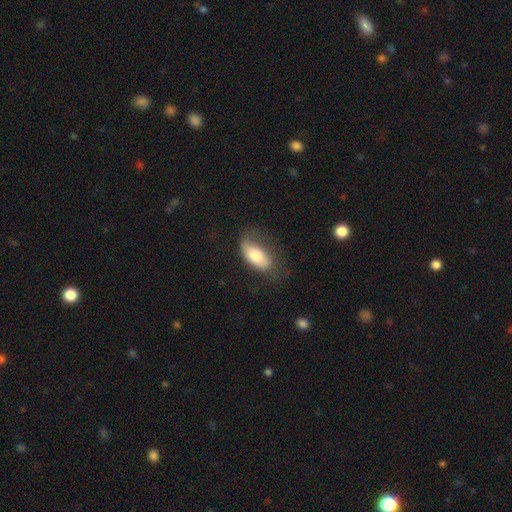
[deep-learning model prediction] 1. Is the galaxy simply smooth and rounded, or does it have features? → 76% smooth, 18% featured or disk, 6% star or artifact.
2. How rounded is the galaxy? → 90% in between, 7% cigar-shaped, 3% round.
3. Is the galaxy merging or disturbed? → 46% none, 30% minor disturbance, 22% major disturbance, 2% merger.